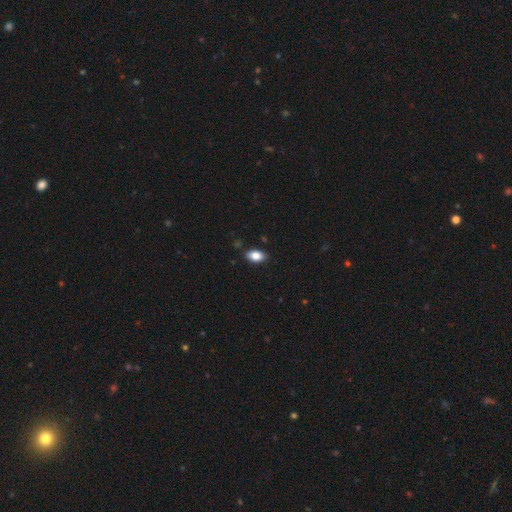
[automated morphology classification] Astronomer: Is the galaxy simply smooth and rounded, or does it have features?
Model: smooth — 84%.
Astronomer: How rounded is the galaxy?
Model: in between — 92%.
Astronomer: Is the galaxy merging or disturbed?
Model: none — 87%.